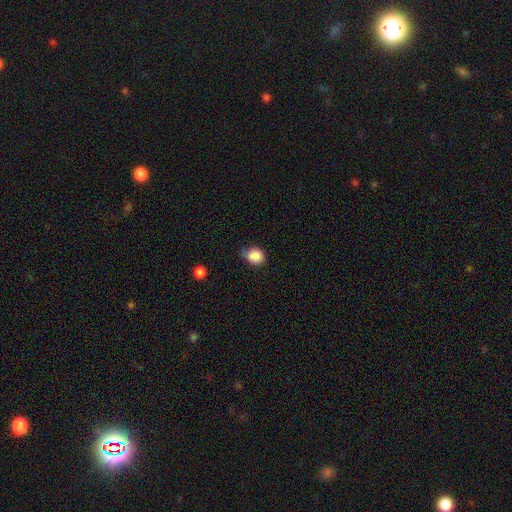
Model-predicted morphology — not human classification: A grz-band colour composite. It shows a smooth galaxy with no disk features (86%) that is round (62%). Merging: none (54%).